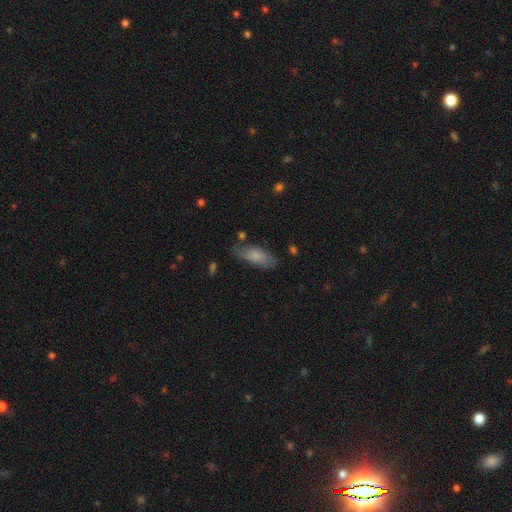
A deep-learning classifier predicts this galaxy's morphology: Smooth or featured: smooth — 78% (featured or disk — 16%)
How rounded: in between — 71% (cigar-shaped — 27%)
Merging: none — 71% (minor disturbance — 21%)